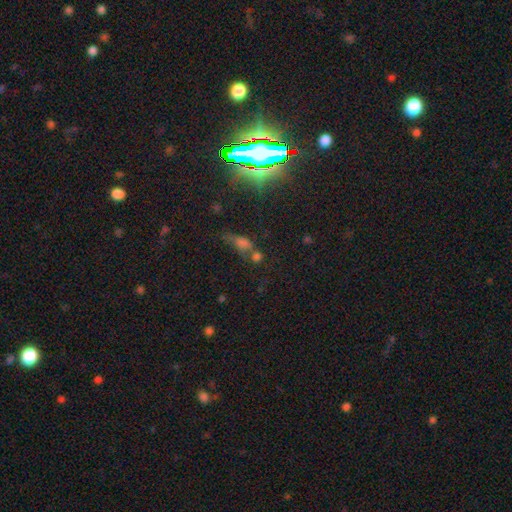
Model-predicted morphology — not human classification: smooth_or_featured: star or artifact (p=0.50) [alt: smooth p=0.34]